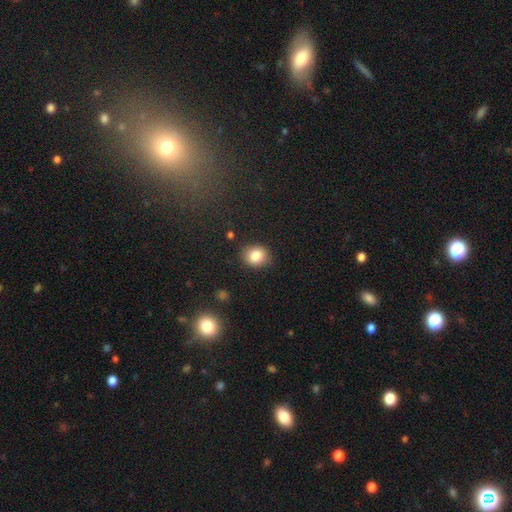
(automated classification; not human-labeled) Smooth or featured? smooth (83%)
How rounded? round (66%)
Merging? none (85%)